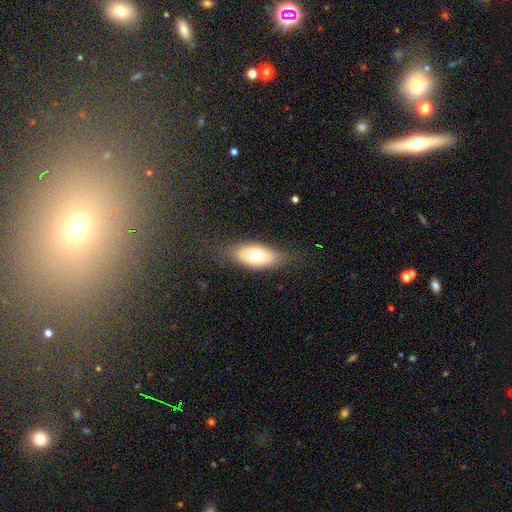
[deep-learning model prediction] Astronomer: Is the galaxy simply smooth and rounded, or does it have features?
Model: smooth — 69%.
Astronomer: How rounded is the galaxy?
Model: in between — 86%.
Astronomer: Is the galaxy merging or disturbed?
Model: none — 75%.